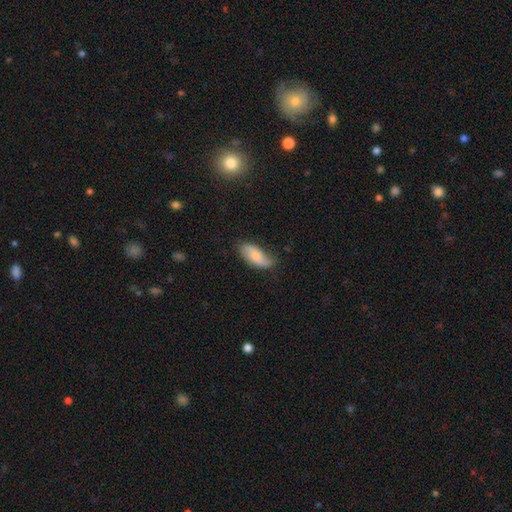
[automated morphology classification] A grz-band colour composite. It shows a smooth galaxy with no disk features (60%) that is in between round and cigar-shaped (85%). Merging: none (64%).